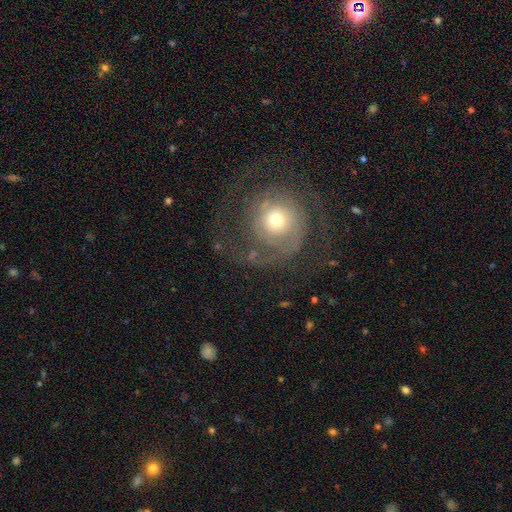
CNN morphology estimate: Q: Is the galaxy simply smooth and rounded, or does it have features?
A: featured or disk — 74%.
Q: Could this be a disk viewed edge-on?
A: no — 97%.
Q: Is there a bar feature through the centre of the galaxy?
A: no — 78%.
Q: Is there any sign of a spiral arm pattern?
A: yes — 88%.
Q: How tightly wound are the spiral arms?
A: tight — 52%.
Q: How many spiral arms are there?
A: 2 — 52%.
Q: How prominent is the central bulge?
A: moderate — 58%.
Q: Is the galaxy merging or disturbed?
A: none — 67%.